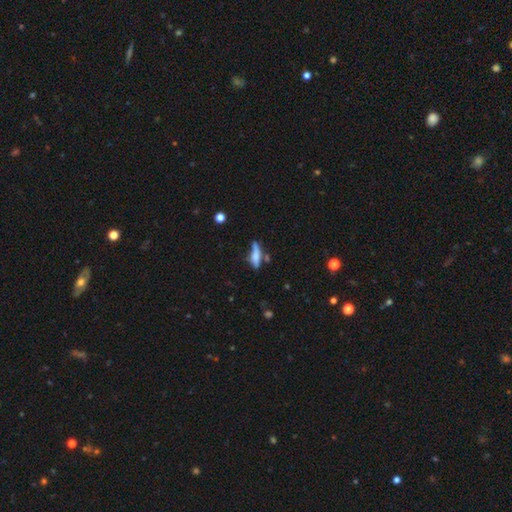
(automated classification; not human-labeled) The model was most divided on "how rounded": cigar-shaped: 59%, in between: 38%, round: 3%. Remaining: smooth or featured — smooth (64%); merging — none (50%).